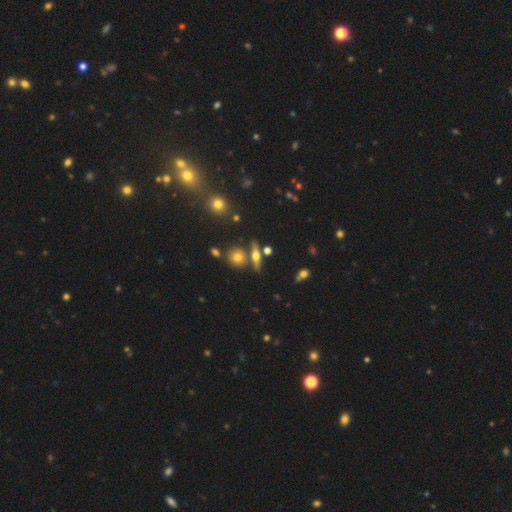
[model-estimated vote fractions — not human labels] A featured or disk galaxy (57%) viewed edge-on (92%) with a rounded central bulge (92%).

Vote fractions:
- Smooth or featured? featured or disk: 57% / smooth: 31% / star or artifact: 11%
- Edge-on disk? yes: 92% / no: 8%
- Edge-on bulge? rounded: 92% / boxy: 5% / none: 4%
- Merging? none: 76% / merger: 11% / minor disturbance: 10% / major disturbance: 3%